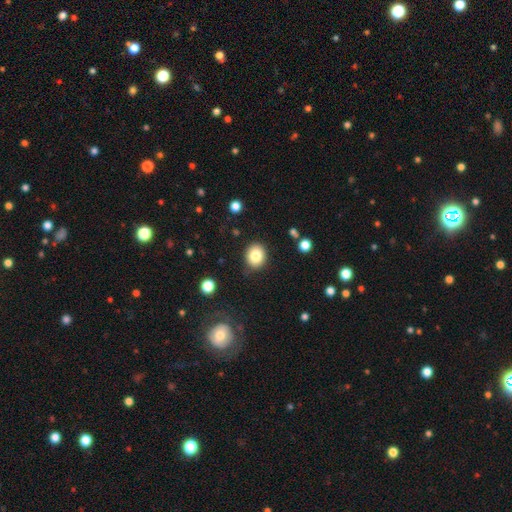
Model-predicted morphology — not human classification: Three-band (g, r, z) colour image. It shows a smooth galaxy with no disk features (83%) that is round (70%). Merging: none (85%).